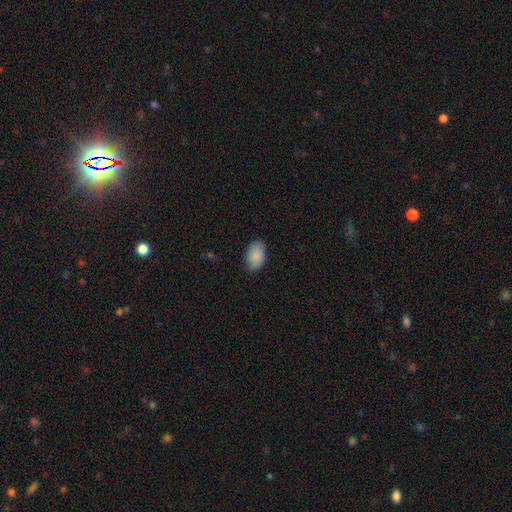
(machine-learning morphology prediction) Smooth or featured? smooth (89%)
How rounded? in between (91%)
Merging? none (83%)